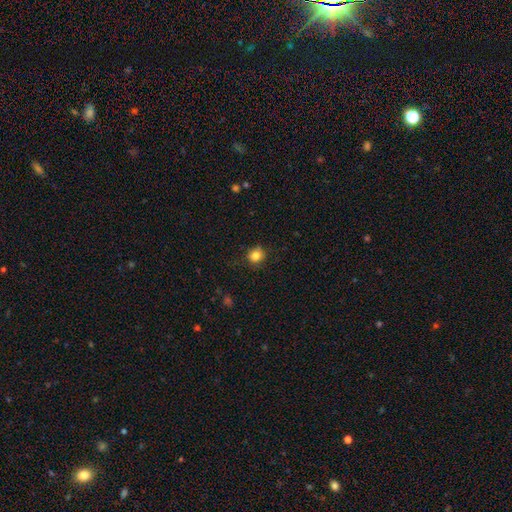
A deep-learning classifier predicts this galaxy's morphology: A smooth galaxy with no disk features (82%) that is round (85%). Merging: none (83%).